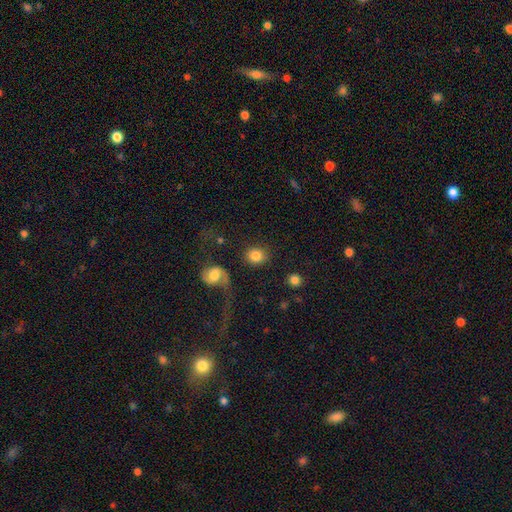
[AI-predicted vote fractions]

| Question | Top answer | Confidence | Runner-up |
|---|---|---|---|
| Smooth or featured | smooth | 83% | featured or disk (10%) |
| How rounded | round | 77% | in between (22%) |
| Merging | none | 78% | minor disturbance (9%) |